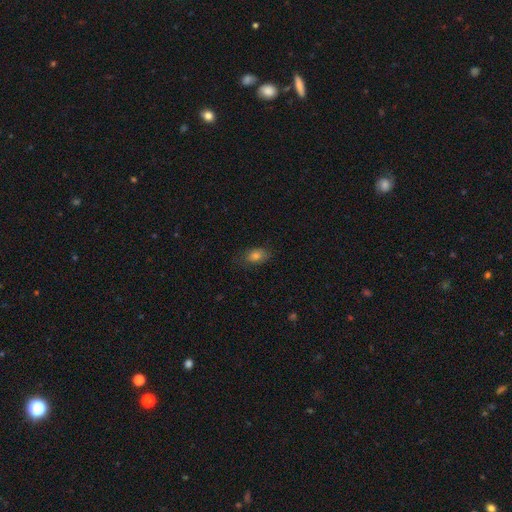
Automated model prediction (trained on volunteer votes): Overall: smooth (78%). How rounded: in between (82%). Merging: none (77%).